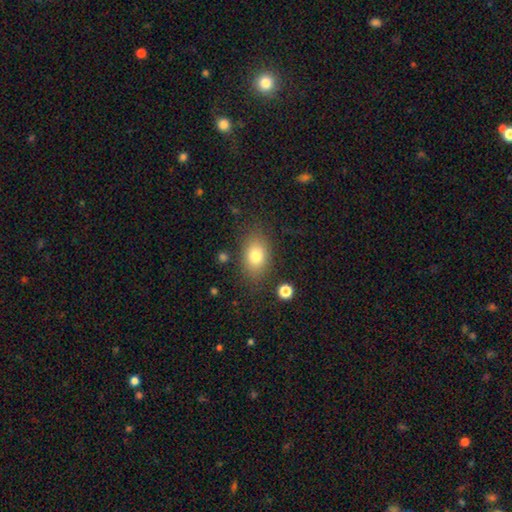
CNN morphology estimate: Smooth or featured: smooth — 78% (featured or disk — 12%)
How rounded: in between — 80% (round — 19%)
Merging: none — 80% (minor disturbance — 13%)